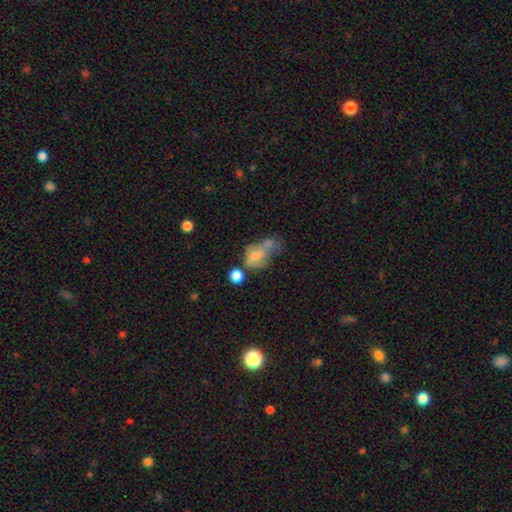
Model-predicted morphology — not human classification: type=smooth (49%); merging=merger (44%).